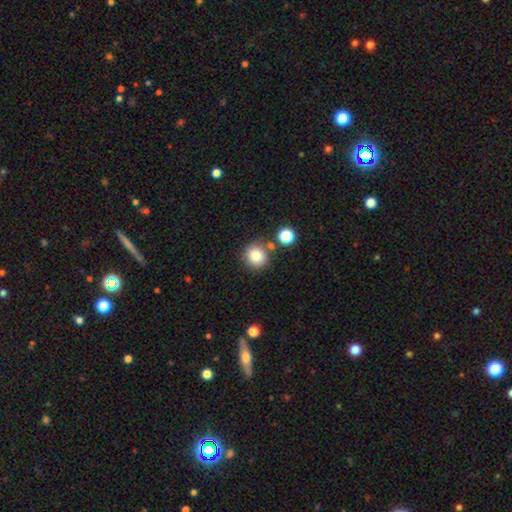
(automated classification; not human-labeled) This appears to be a smooth galaxy with no disk features (83%) that is round (88%). Merging: none (77%).